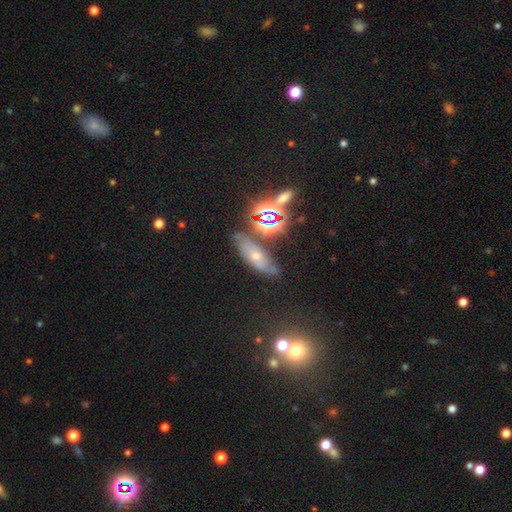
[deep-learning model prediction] Smooth or featured?
  - smooth: 34% * (tied)
  - star or artifact: 34% * (tied)
  - featured or disk: 32%
Merging?
  - none: 63% *
  - minor disturbance: 21%
  - major disturbance: 8%
  - merger: 8%